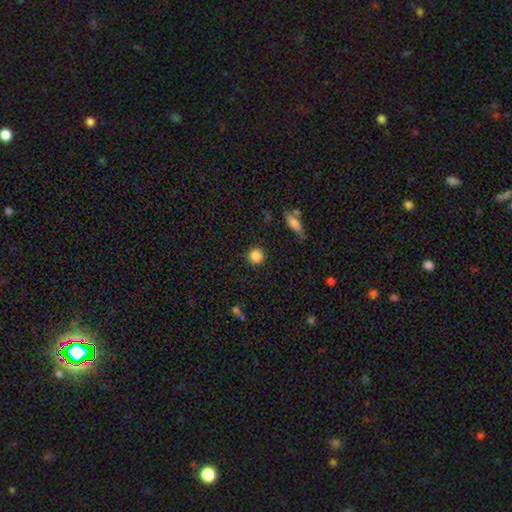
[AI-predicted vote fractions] smooth_or_featured: smooth (p=0.86) [alt: star or artifact p=0.10]
how_rounded: round (p=0.93) [alt: in between p=0.06]
merging: none (p=0.89) [alt: minor disturbance p=0.07]